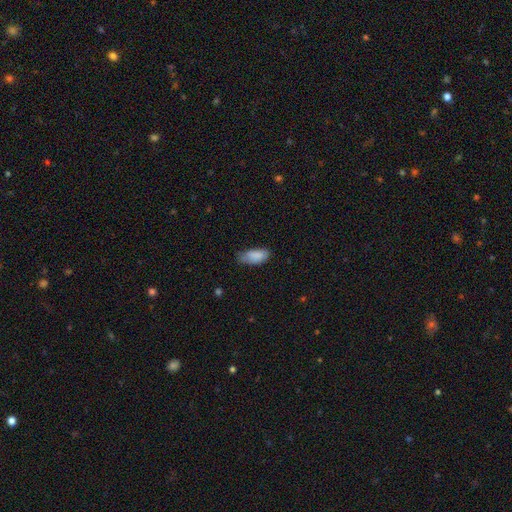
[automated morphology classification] smooth_or_featured: smooth (p=0.86) [alt: featured or disk p=0.07]
how_rounded: in between (p=0.88) [alt: cigar-shaped p=0.10]
merging: none (p=0.51) [alt: minor disturbance p=0.38]